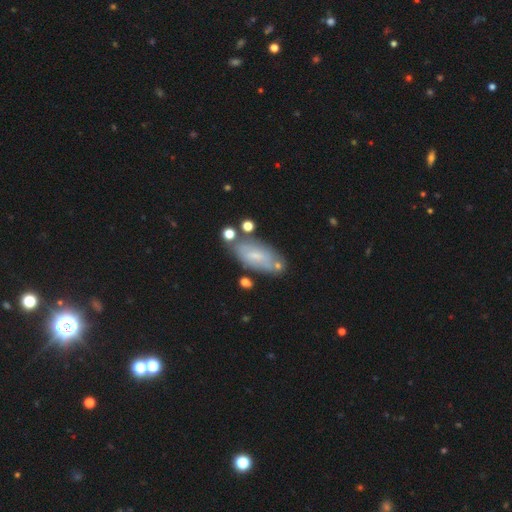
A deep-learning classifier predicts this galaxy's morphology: Q: Smooth or featured?
A: smooth (50%); runner-up: featured or disk (42%)
Q: Merging?
A: none (66%); runner-up: minor disturbance (19%)